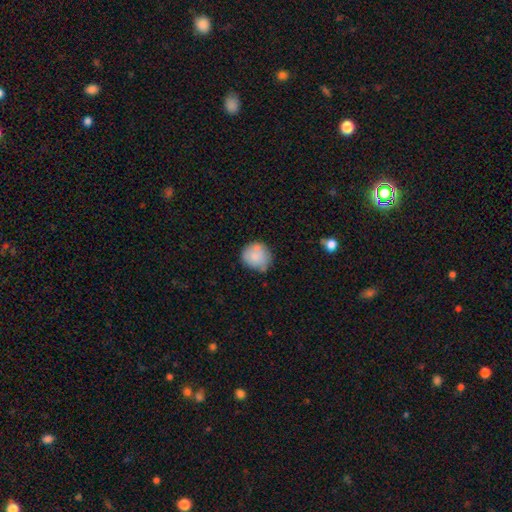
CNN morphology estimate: Q: Smooth or featured?
A: smooth (80%); runner-up: featured or disk (13%)
Q: How rounded?
A: round (85%); runner-up: in between (14%)
Q: Merging?
A: none (61%); runner-up: minor disturbance (28%)